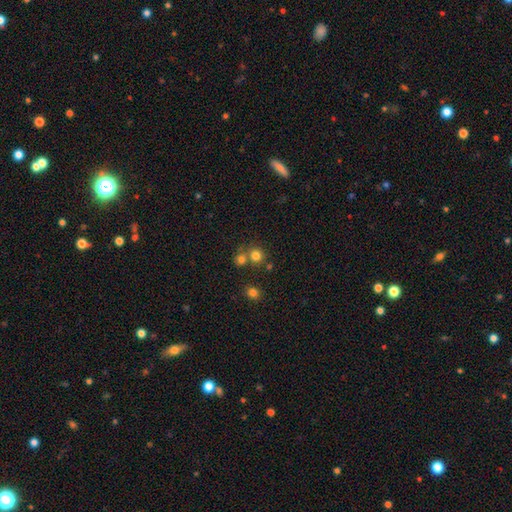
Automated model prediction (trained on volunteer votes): Q: Smooth or featured?
A: smooth (77%); runner-up: star or artifact (15%)
Q: How rounded?
A: round (89%); runner-up: in between (10%)
Q: Merging?
A: none (58%); runner-up: merger (32%)